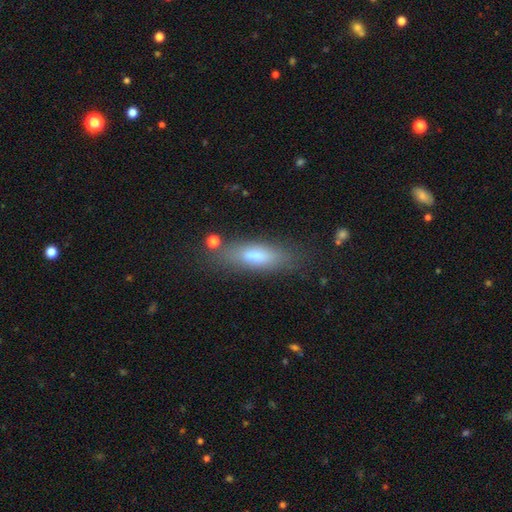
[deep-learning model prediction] Overall: smooth (72%). How rounded: in between (49%; cigar-shaped 48%). Merging: none (74%).